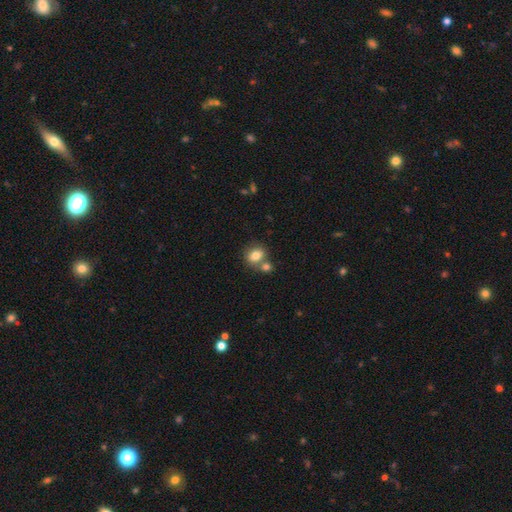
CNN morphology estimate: A smooth galaxy with no disk features (80%) that is round (51%).

Vote fractions:
- Smooth or featured? smooth: 80% / featured or disk: 11% / star or artifact: 9%
- How rounded? round: 51% / in between: 48% / cigar-shaped: 1%
- Merging? none: 51% / merger: 36% / minor disturbance: 10% / major disturbance: 3%